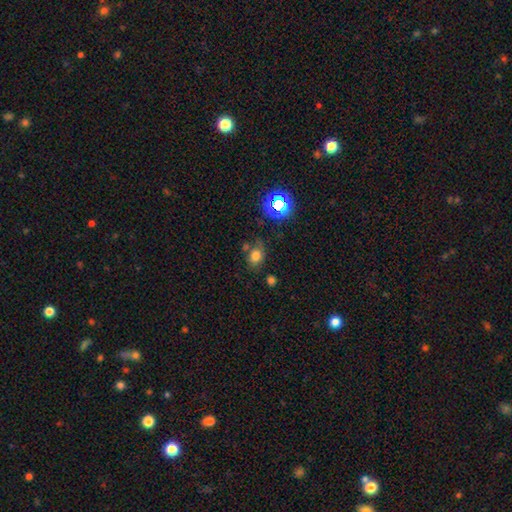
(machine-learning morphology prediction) A smooth galaxy with no disk features (72%) that is in between round and cigar-shaped (56%). Merging: none (64%).